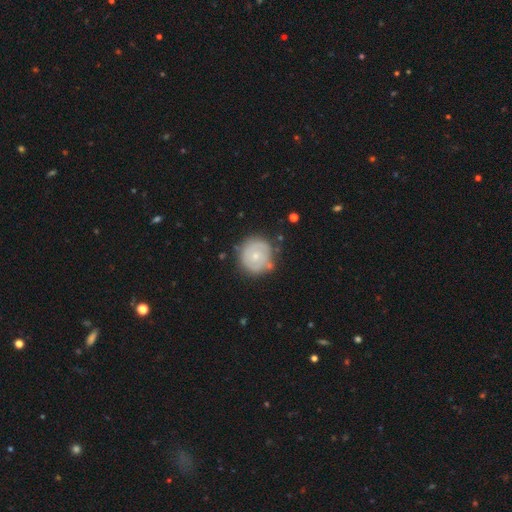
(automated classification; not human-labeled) Smooth or featured: featured or disk — 53% (smooth — 41%)
Edge-on disk: no — 98% (yes — 2%)
Bar: no — 82% (weak — 15%)
Spiral arms: yes — 61% (no — 39%)
Bulge size: small — 62% (moderate — 33%)
Merging: none — 75% (minor disturbance — 16%)